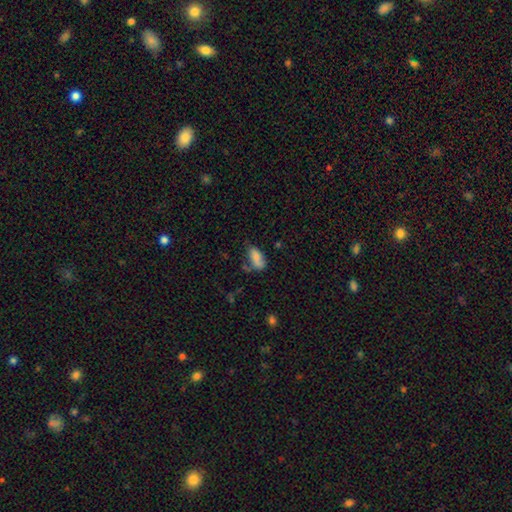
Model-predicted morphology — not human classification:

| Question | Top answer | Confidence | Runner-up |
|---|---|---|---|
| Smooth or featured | smooth | 77% | featured or disk (13%) |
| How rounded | in between | 89% | cigar-shaped (7%) |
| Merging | none | 45% | minor disturbance (30%) |